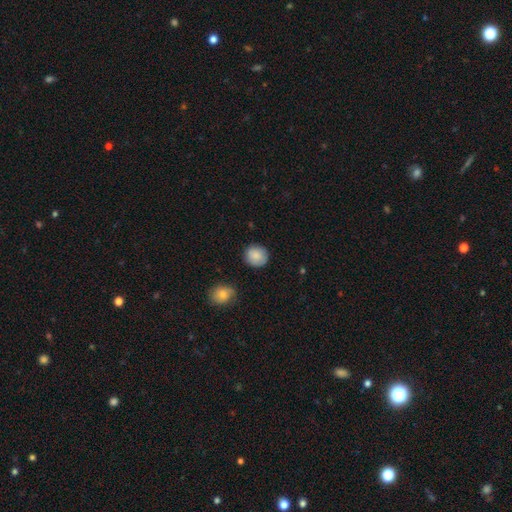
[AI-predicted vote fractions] Overall: smooth (86%). How rounded: round (89%). Merging: none (86%).